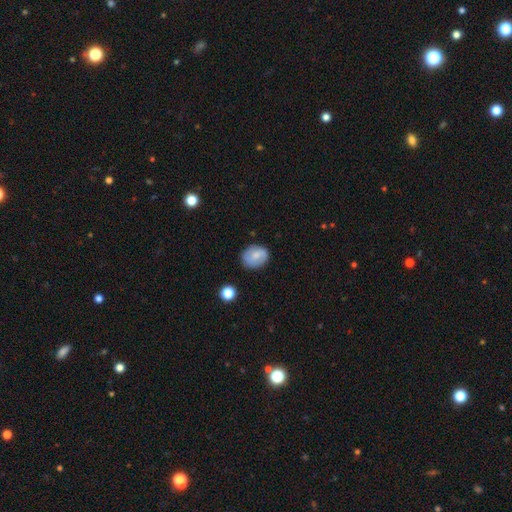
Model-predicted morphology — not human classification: This is possibly a smooth galaxy (58%). How rounded: possibly round (54%). Merging: likely none (79%).